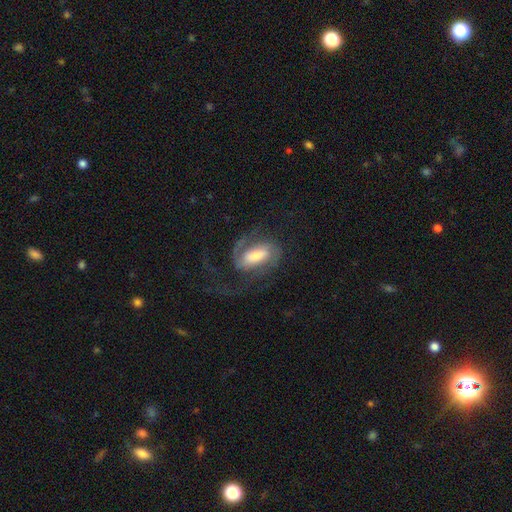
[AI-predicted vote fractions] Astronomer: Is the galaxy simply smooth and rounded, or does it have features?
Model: featured or disk — 81%.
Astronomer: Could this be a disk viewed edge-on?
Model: no — 96%.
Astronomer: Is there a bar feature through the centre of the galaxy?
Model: weak — 44% (runner-up: strong, 33%).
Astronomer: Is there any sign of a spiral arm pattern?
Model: yes — 95%.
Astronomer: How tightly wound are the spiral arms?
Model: medium — 49% (runner-up: loose, 30%).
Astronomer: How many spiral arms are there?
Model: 2 — 77%.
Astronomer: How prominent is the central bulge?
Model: moderate — 47% (runner-up: large, 24%).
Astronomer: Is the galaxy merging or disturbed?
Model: none — 56%.